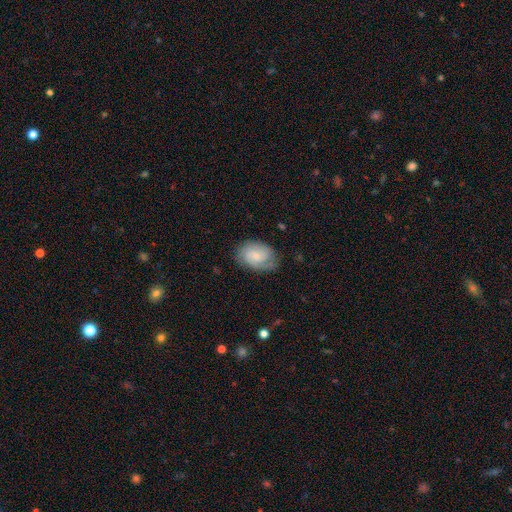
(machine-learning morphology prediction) Overall: smooth (50%; featured or disk 43%). How rounded: in between (79%). Merging: none (68%).